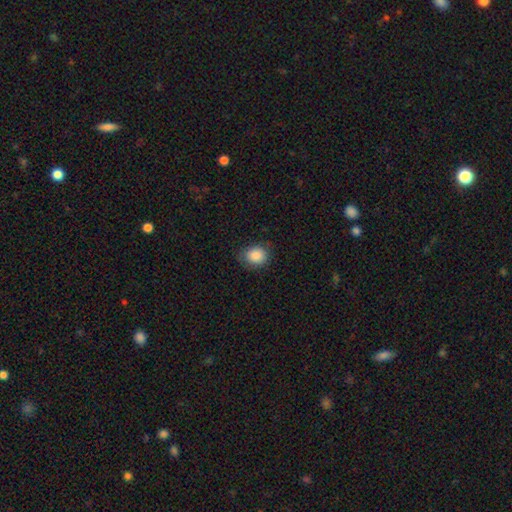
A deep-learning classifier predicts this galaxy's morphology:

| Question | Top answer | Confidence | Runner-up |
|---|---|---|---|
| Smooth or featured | smooth | 86% | star or artifact (9%) |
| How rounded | round | 62% | in between (37%) |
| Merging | none | 79% | minor disturbance (16%) |